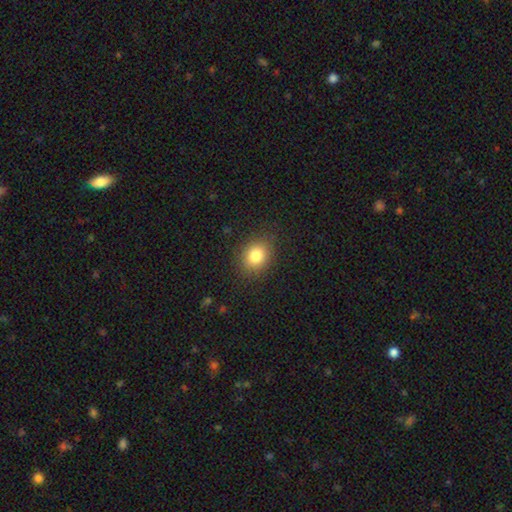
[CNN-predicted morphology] Smooth or featured? smooth (82%)
How rounded? round (57%)
Merging? none (86%)